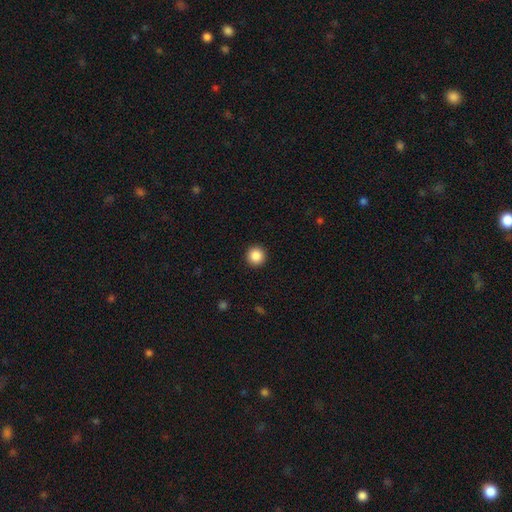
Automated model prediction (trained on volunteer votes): A smooth galaxy with no disk features (87%) that is round (96%).

Vote fractions:
- Smooth or featured? smooth: 87% / star or artifact: 10% / featured or disk: 3%
- How rounded? round: 96% / in between: 3% / cigar-shaped: 1%
- Merging? none: 93% / minor disturbance: 5% / major disturbance: 2% / merger: 1%